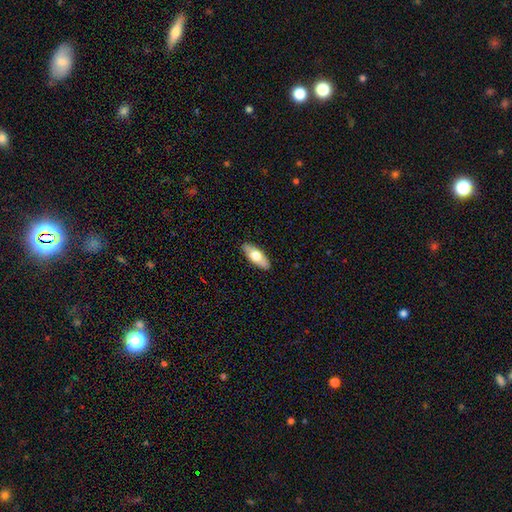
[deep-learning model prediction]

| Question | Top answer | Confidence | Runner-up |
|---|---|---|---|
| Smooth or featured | smooth | 65% | featured or disk (30%) |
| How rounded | in between | 80% | cigar-shaped (18%) |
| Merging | none | 89% | minor disturbance (8%) |